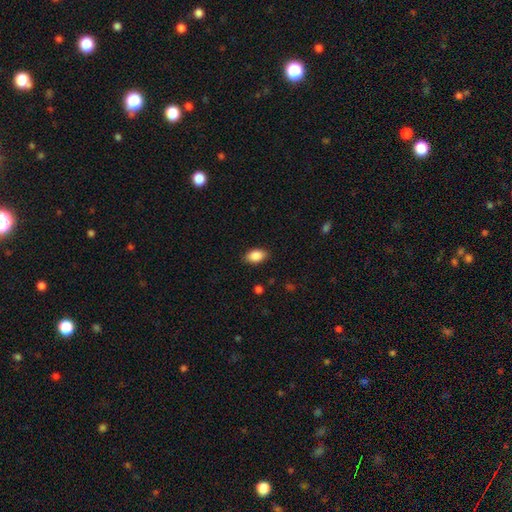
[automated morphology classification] A smooth galaxy with no disk features (88%) that is in between round and cigar-shaped (90%). Merging: none (86%).